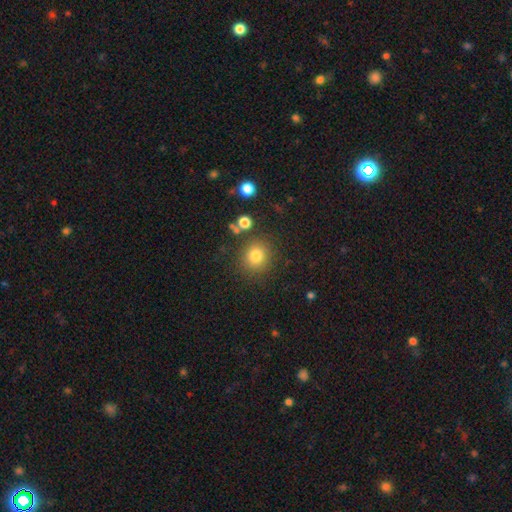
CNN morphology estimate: type=smooth (81%); roundness=round (88%); merging=none (84%).